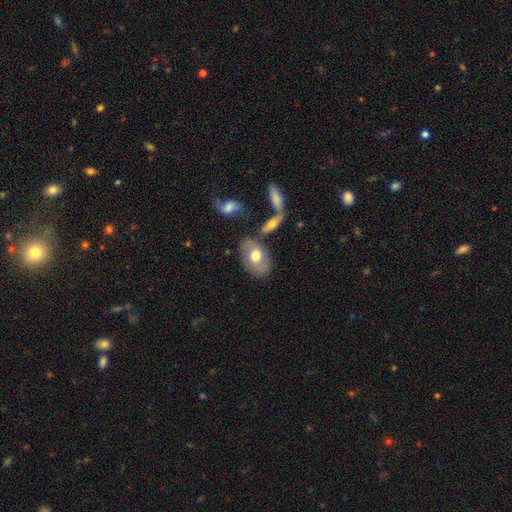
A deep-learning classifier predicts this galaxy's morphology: Smooth or featured? smooth (61%)
How rounded? in between (85%)
Merging? none (68%)